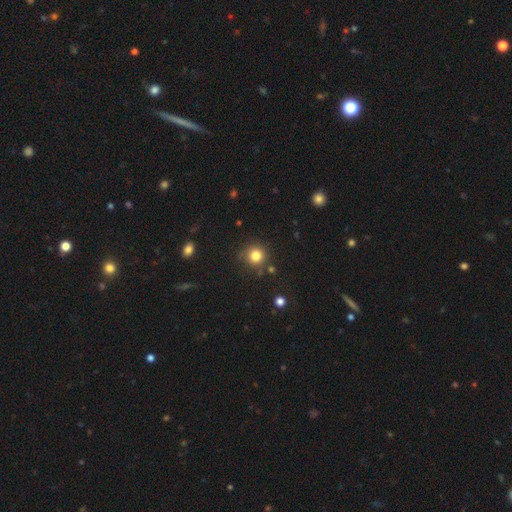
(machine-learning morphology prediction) smooth_or_featured: smooth (p=0.82) [alt: star or artifact p=0.13]
how_rounded: round (p=0.92) [alt: in between p=0.07]
merging: none (p=0.81) [alt: minor disturbance p=0.11]